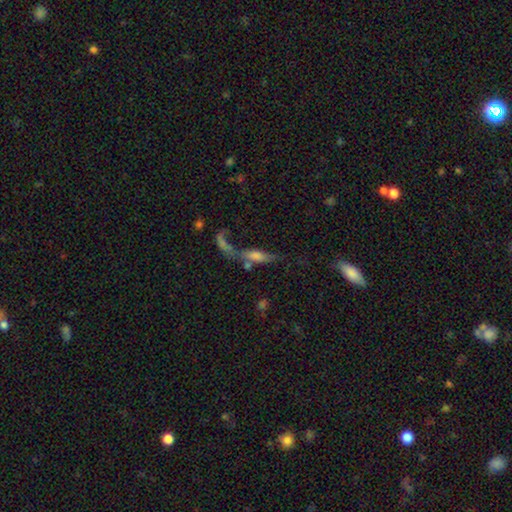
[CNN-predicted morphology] Overall: smooth (47%; featured or disk 39%). Merging: merger (38%; none 27%).